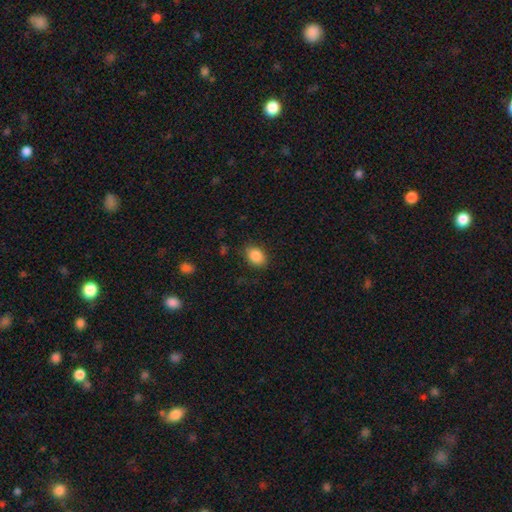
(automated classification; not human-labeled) This is clearly a smooth galaxy (88%). How rounded: likely in between (71%). Merging: clearly none (84%).